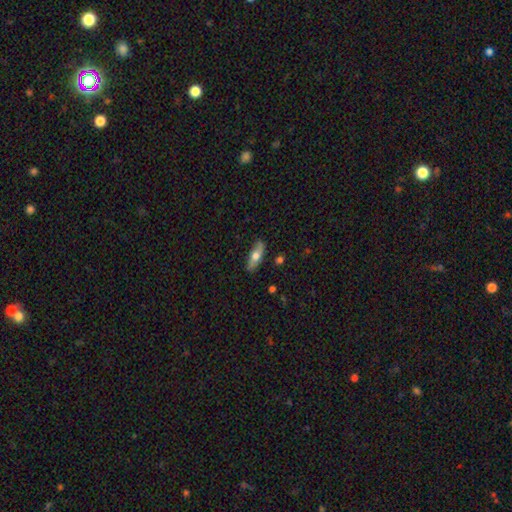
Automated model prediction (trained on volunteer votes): Smooth or featured: smooth — 58% (featured or disk — 36%)
How rounded: in between — 53% (cigar-shaped — 44%)
Merging: none — 86% (minor disturbance — 11%)